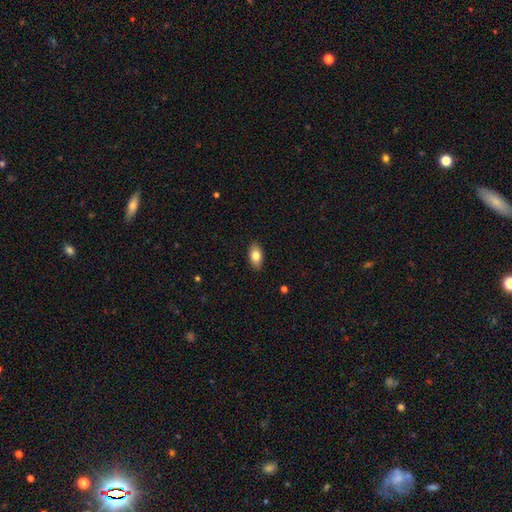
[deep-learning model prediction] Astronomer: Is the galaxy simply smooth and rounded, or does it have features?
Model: smooth — 80%.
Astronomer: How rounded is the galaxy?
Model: in between — 91%.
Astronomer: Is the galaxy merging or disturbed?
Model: none — 89%.